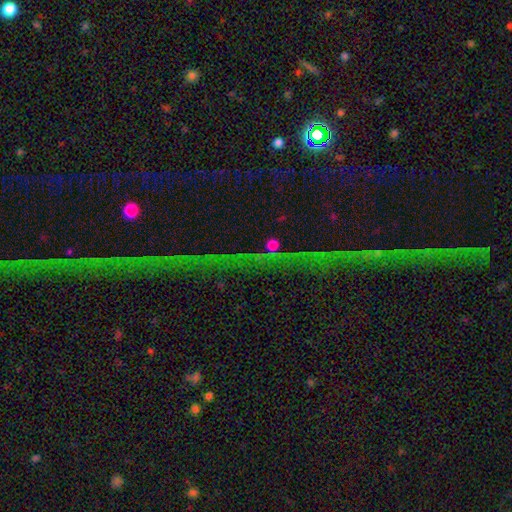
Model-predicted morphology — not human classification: This appears to be a star or artifact, not a galaxy (72%).